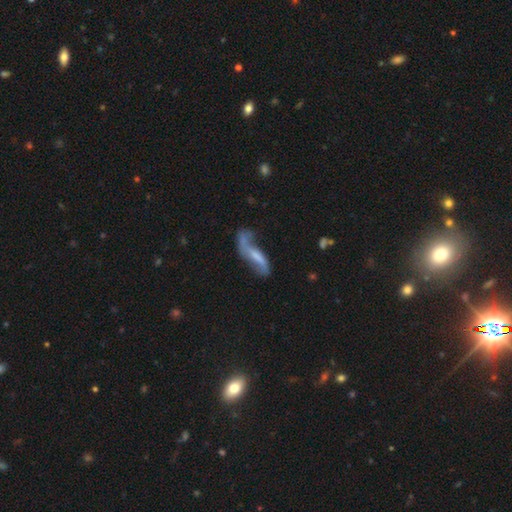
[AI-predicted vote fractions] A featured or disk galaxy (63%).

Vote fractions:
- Smooth or featured? featured or disk: 63% / smooth: 28% / star or artifact: 9%
- Edge-on disk? no: 78% / yes: 22%
- Merging? none: 39% / major disturbance: 27% / minor disturbance: 24% / merger: 10%